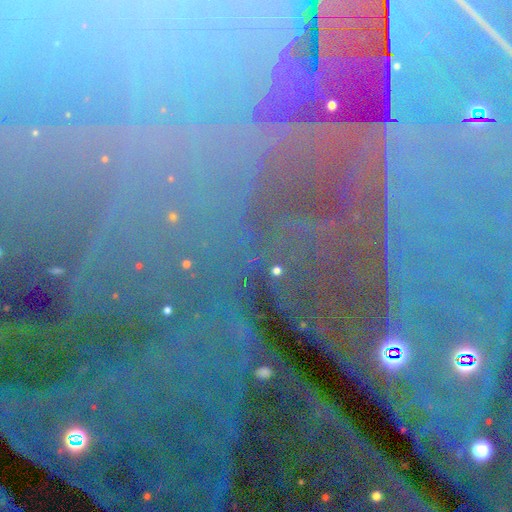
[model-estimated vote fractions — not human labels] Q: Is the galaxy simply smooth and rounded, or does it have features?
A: star or artifact — 85%.